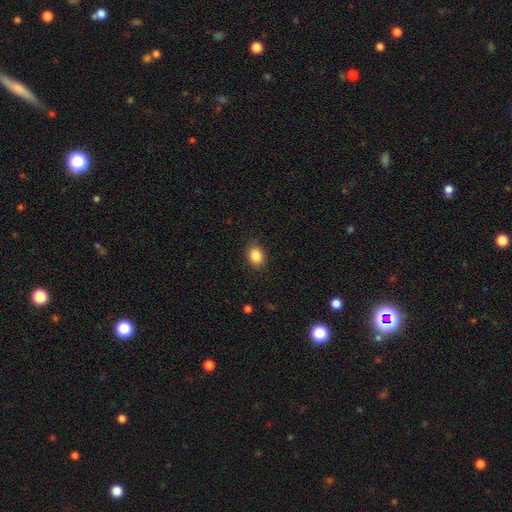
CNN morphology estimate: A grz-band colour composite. It shows a smooth galaxy with no disk features (86%) that is in between round and cigar-shaped (61%). Merging: none (87%).